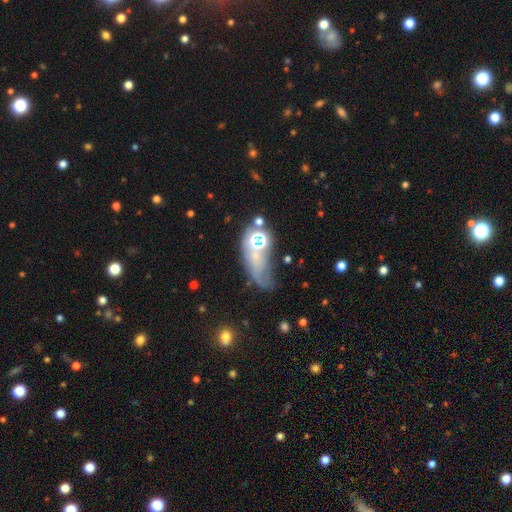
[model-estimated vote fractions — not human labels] smooth 40%, featured or disk 32%, star or artifact 28%. Down the decision tree: merging — major disturbance (37%).